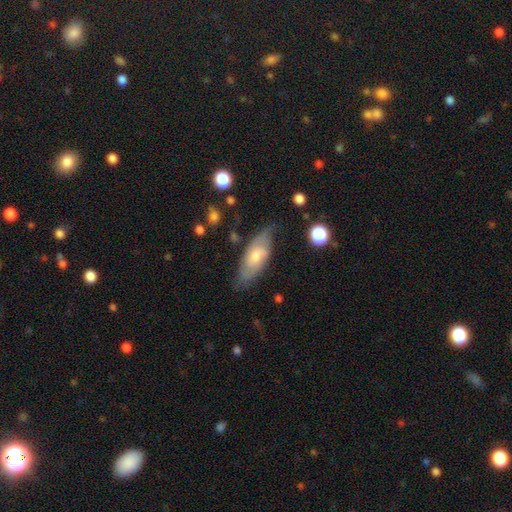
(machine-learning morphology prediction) Smooth or featured? Predicted: featured or disk (p=0.60). Edge-on disk? Predicted: no (p=0.83). Merging? Predicted: none (p=0.70).